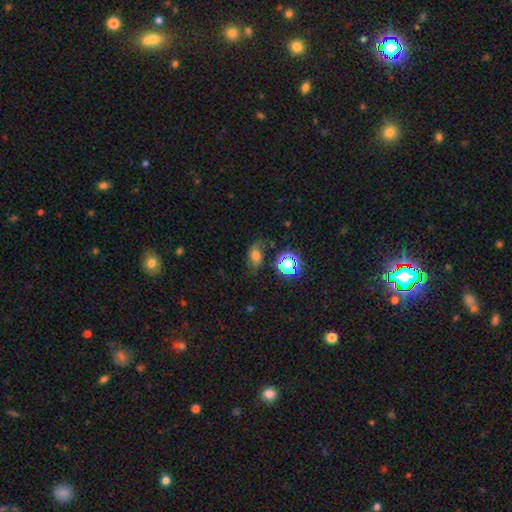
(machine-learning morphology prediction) A smooth galaxy with no disk features (51%) that is in between round and cigar-shaped (74%).

Vote fractions:
- Smooth or featured? smooth: 51% / featured or disk: 27% / star or artifact: 23%
- How rounded? in between: 74% / round: 23% / cigar-shaped: 4%
- Merging? none: 55% / minor disturbance: 26% / major disturbance: 16% / merger: 4%